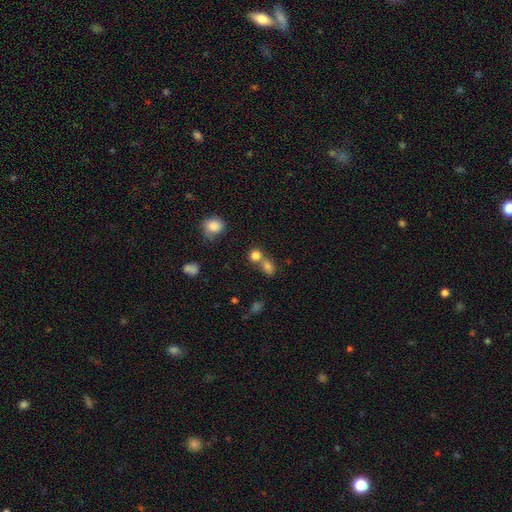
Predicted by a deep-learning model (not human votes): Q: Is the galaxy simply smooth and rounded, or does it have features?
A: smooth — 79%.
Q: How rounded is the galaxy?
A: round — 81%.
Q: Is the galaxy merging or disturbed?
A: merger — 49%.